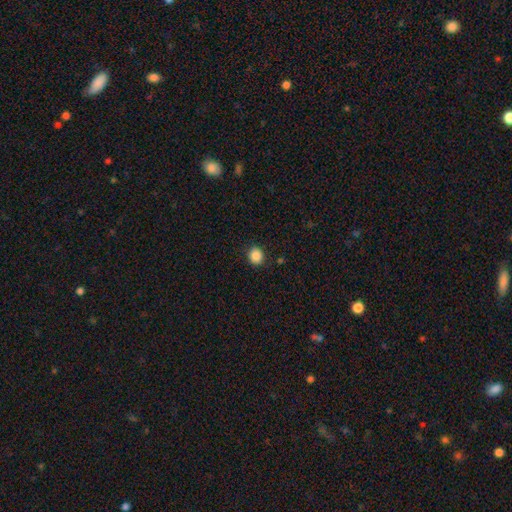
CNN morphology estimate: Q: Smooth or featured?
A: smooth (87%); runner-up: star or artifact (10%)
Q: How rounded?
A: round (82%); runner-up: in between (17%)
Q: Merging?
A: none (89%); runner-up: minor disturbance (7%)